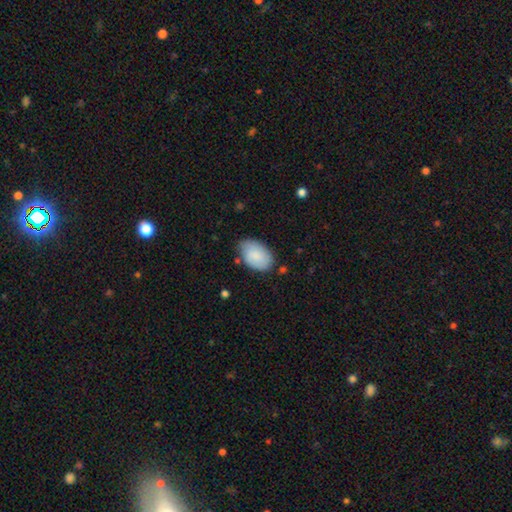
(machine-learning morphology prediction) Overall: smooth (86%). How rounded: in between (91%). Merging: none (71%).